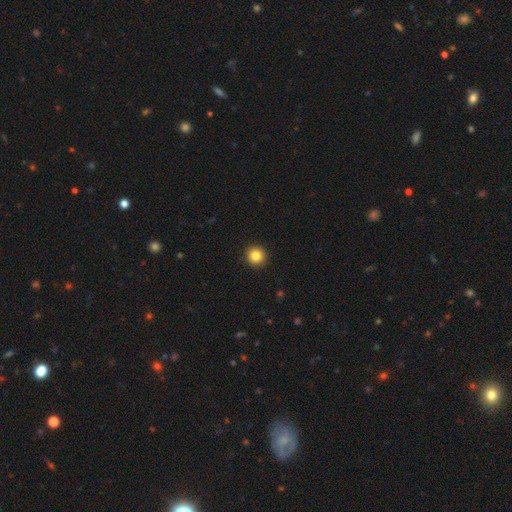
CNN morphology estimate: The model was most divided on "smooth or featured": smooth: 85%, star or artifact: 10%, featured or disk: 5%. More confident: how rounded — round (94%); merging — none (93%).